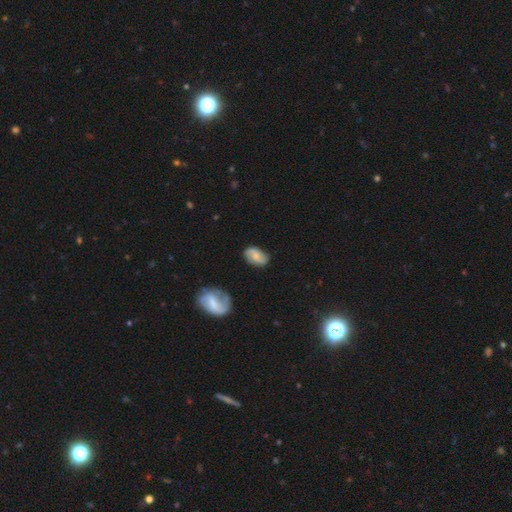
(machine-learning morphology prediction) Overall: featured or disk (50%; smooth 42%). Merging: none (77%).